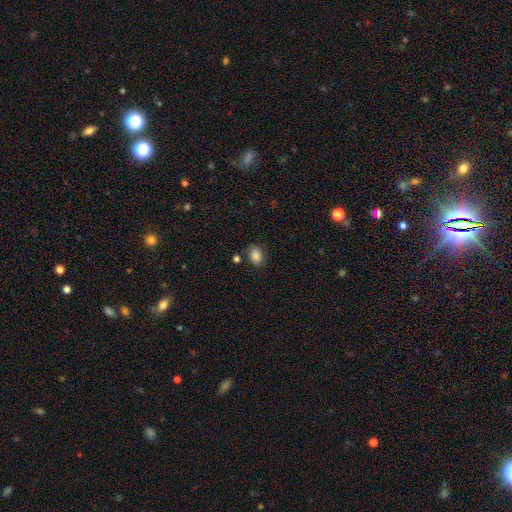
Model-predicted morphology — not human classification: Smooth or featured? smooth (86%)
How rounded? in between (69%)
Merging? none (80%)